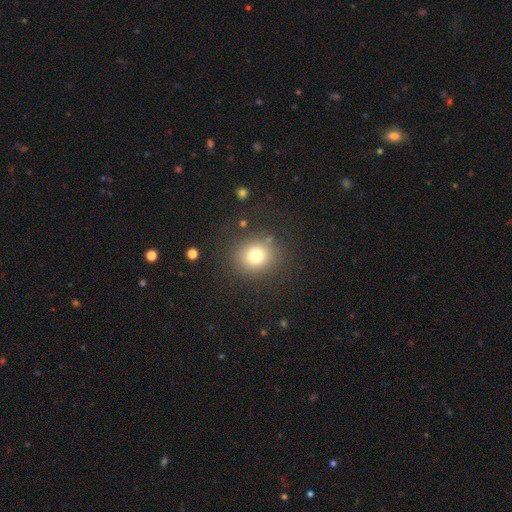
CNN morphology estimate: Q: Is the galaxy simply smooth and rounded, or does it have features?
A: smooth — 76%.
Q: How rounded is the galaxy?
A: round — 84%.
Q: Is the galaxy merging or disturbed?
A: none — 85%.